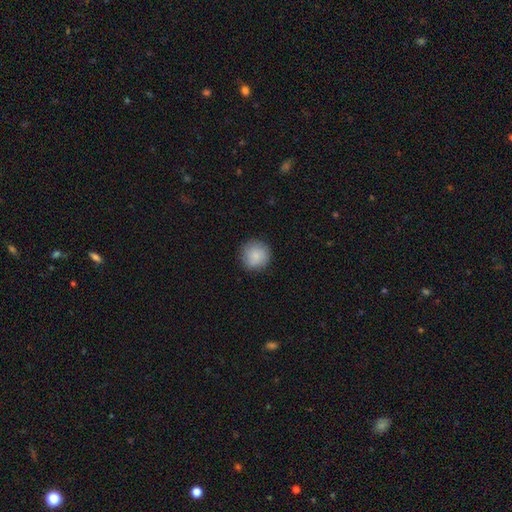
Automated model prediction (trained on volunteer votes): Smooth or featured: smooth — 85% (featured or disk — 8%)
How rounded: round — 94% (in between — 5%)
Merging: none — 87% (minor disturbance — 10%)